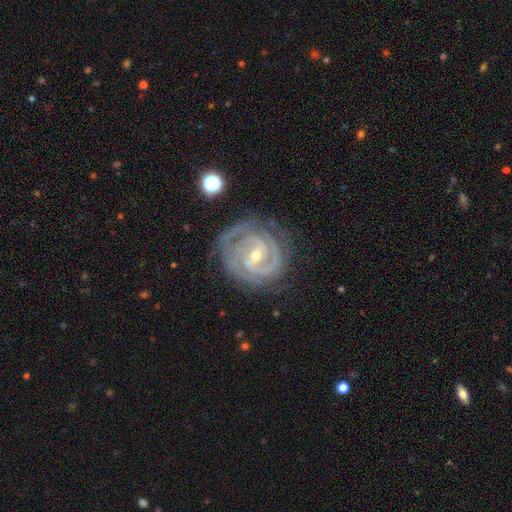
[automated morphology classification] Overall: featured or disk (91%). Edge-on disk: no (97%). Bar: weak (46%; no 28%). Spiral arms: yes (98%). Spiral arm count: 2 (46%; 3 26%). Spiral winding: tight (80%). Bulge size: small (52%; moderate 45%). Merging: none (75%).